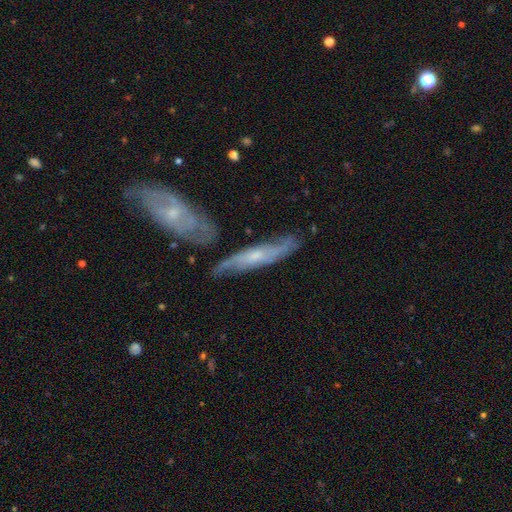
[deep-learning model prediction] This is likely a featured or disk galaxy (69%). It is possibly not viewed edge-on (53%). Merging: likely none (65%).